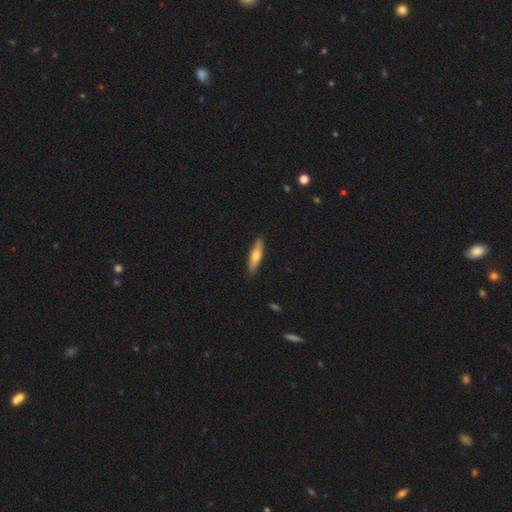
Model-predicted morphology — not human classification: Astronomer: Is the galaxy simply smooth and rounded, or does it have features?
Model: smooth — 64%.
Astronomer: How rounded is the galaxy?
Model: cigar-shaped — 65%.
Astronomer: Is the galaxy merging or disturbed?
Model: none — 88%.